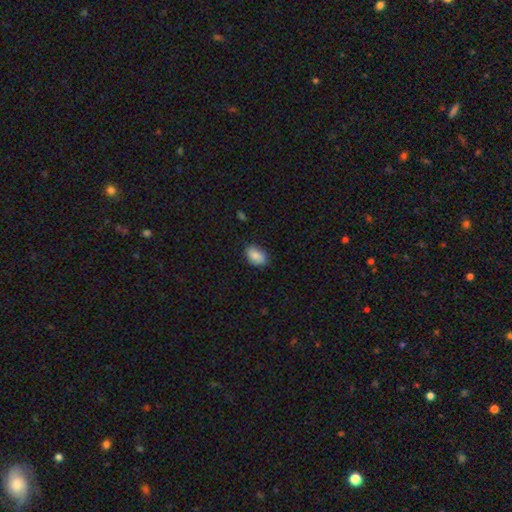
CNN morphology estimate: This appears to be a smooth galaxy with no disk features (84%) that is in between round and cigar-shaped (84%). Merging: none (79%).